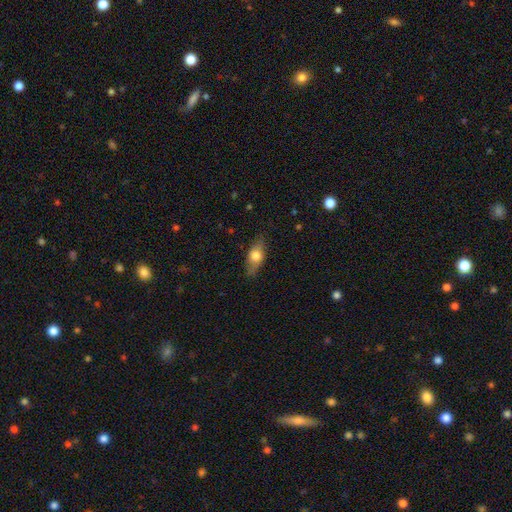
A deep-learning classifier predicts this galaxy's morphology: Q: Smooth or featured?
A: smooth (63%); runner-up: featured or disk (30%)
Q: How rounded?
A: in between (76%); runner-up: cigar-shaped (17%)
Q: Merging?
A: none (79%); runner-up: minor disturbance (16%)